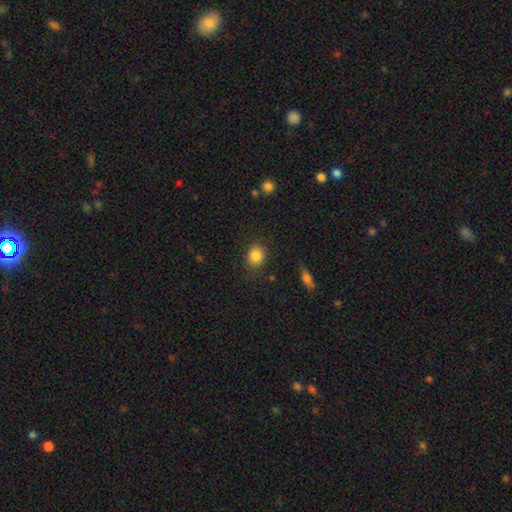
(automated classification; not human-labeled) smooth_or_featured: smooth (p=0.85) [alt: star or artifact p=0.09]
how_rounded: round (p=0.62) [alt: in between p=0.37]
merging: none (p=0.84) [alt: minor disturbance p=0.11]